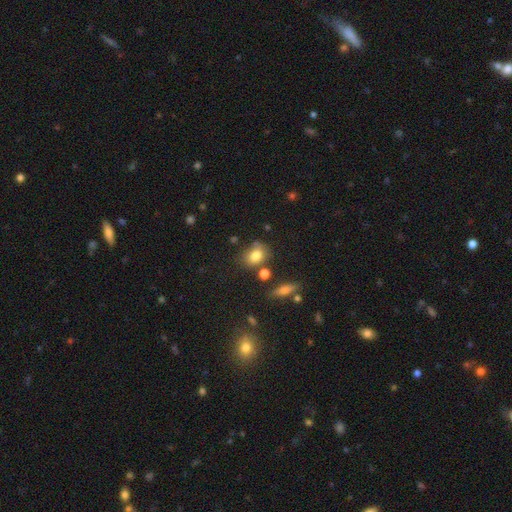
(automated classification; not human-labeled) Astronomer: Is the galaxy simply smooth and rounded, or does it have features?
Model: smooth — 79%.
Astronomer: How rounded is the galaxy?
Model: in between — 65%.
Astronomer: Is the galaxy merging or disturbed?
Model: none — 60%.